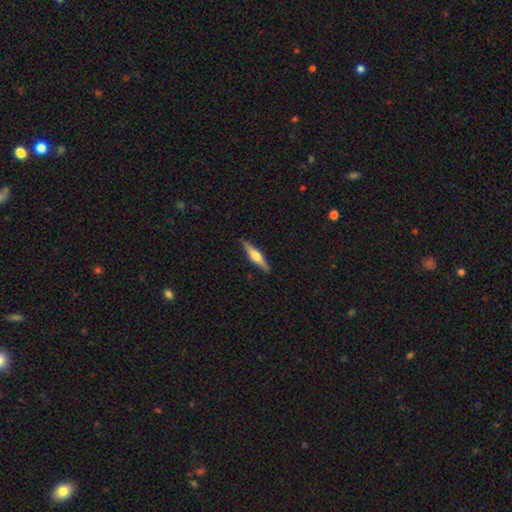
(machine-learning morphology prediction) Smooth or featured: featured or disk — 58% (smooth — 36%)
Edge-on disk: yes — 96% (no — 4%)
Edge-on bulge: rounded — 76% (boxy — 18%)
Merging: none — 88% (minor disturbance — 9%)